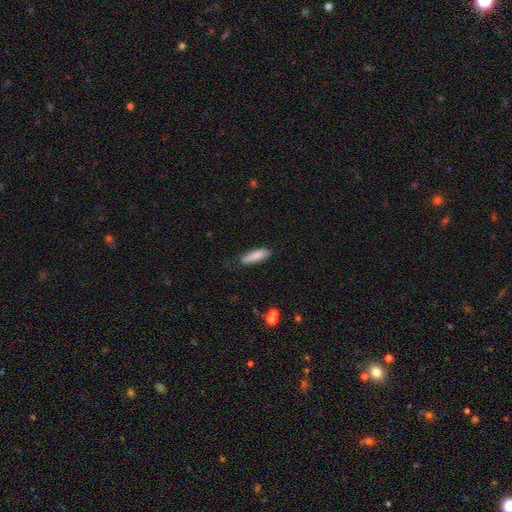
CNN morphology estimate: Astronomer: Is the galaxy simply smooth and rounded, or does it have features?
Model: smooth — 84%.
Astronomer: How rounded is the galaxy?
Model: cigar-shaped — 61% (runner-up: in between, 37%).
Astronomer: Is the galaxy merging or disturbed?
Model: none — 69%.